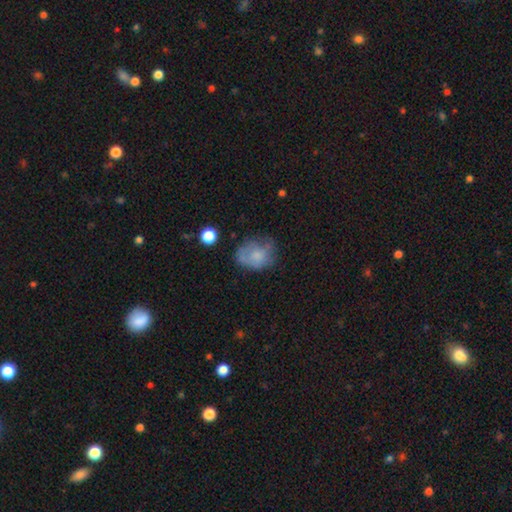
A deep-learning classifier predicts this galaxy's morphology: Smooth or featured?
  - smooth: 63% *
  - featured or disk: 26%
  - star or artifact: 11%
How rounded?
  - in between: 50% *
  - round: 49%
  - cigar-shaped: 1%
Merging?
  - none: 47% *
  - minor disturbance: 30%
  - major disturbance: 20%
  - merger: 4%